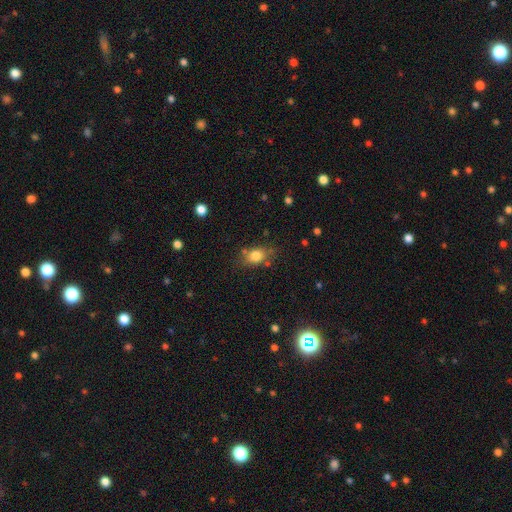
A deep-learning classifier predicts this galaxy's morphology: Overall: smooth (80%). How rounded: in between (66%; round 32%). Merging: none (71%).